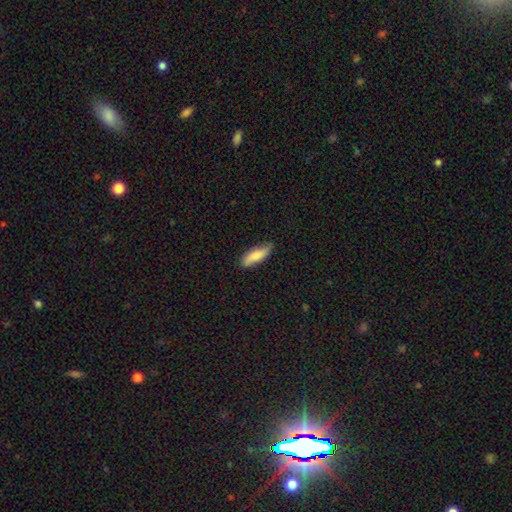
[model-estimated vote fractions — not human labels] smooth_or_featured: smooth (p=0.78) [alt: featured or disk p=0.17]
how_rounded: in between (p=0.55) [alt: cigar-shaped p=0.43]
merging: none (p=0.80) [alt: minor disturbance p=0.17]